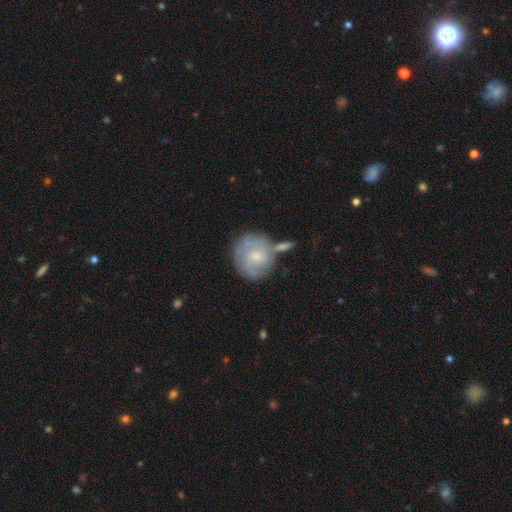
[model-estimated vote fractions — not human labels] Smooth or featured? smooth (48%)
Merging? none (53%)